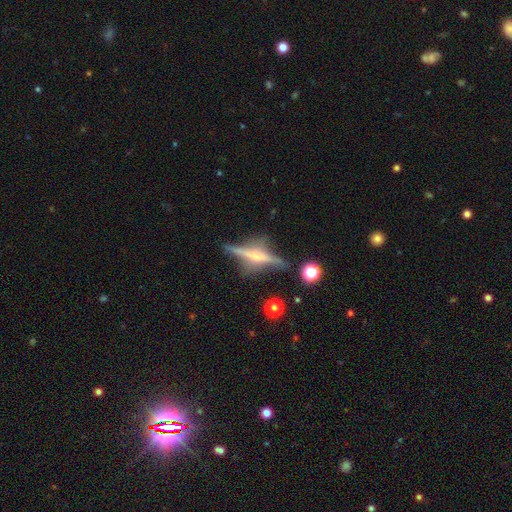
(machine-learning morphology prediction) Smooth or featured?
  - featured or disk: 75% *
  - smooth: 16%
  - star or artifact: 9%
Edge-on disk?
  - yes: 95% *
  - no: 5%
Edge-on bulge?
  - rounded: 68% *
  - none: 16%
  - boxy: 15%
Merging?
  - none: 75% *
  - minor disturbance: 15%
  - major disturbance: 6%
  - merger: 4%